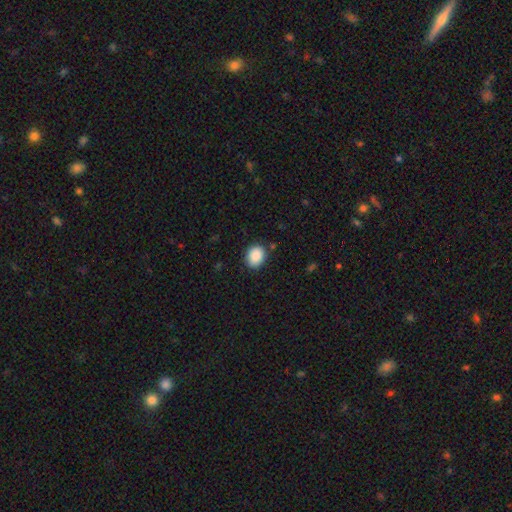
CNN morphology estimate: A smooth galaxy with no disk features (89%) that is round (51%).

Vote fractions:
- Smooth or featured? smooth: 89% / star or artifact: 8% / featured or disk: 3%
- How rounded? round: 51% / in between: 48% / cigar-shaped: 1%
- Merging? none: 85% / minor disturbance: 11% / major disturbance: 3% / merger: 1%